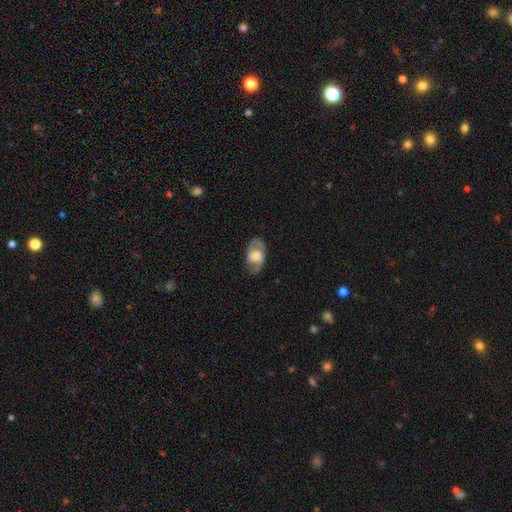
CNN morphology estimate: Smooth or featured: featured or disk — 75% (smooth — 19%)
Edge-on disk: no — 95% (yes — 5%)
Bar: no — 50% (weak — 40%)
Spiral arms: yes — 89% (no — 11%)
Spiral winding: medium — 53% (tight — 25%)
Spiral arm count: 2 — 89% (can't tell — 5%)
Bulge size: moderate — 41% (large — 34%)
Merging: none — 81% (minor disturbance — 13%)